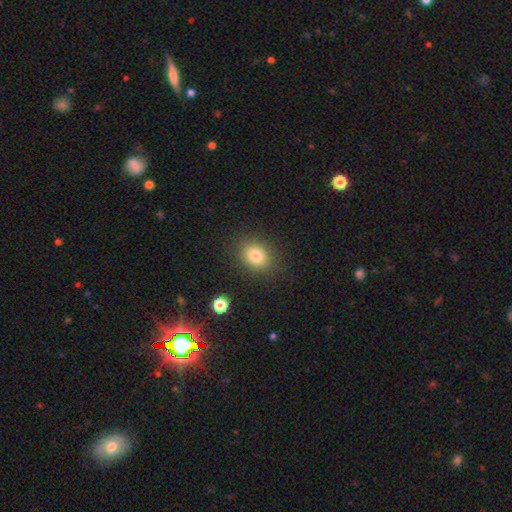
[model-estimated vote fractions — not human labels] Smooth or featured?
  - smooth: 81% *
  - star or artifact: 11%
  - featured or disk: 8%
How rounded?
  - round: 55% *
  - in between: 44%
  - cigar-shaped: 1%
Merging?
  - none: 85% *
  - minor disturbance: 10%
  - major disturbance: 4%
  - merger: 2%